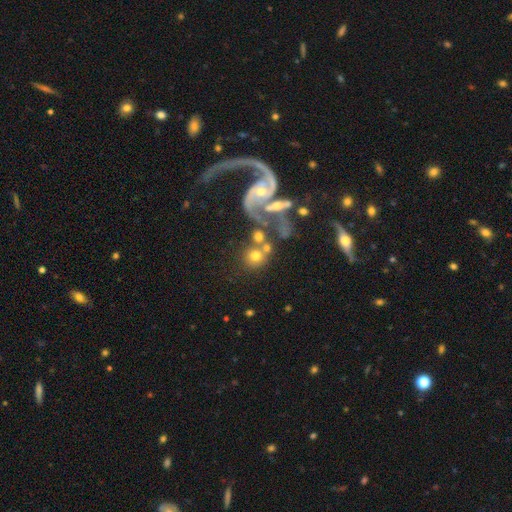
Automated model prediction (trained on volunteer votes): smooth 56%, featured or disk 32%, star or artifact 11%. Down the decision tree: how rounded — round (80%); merging — merger (40%).